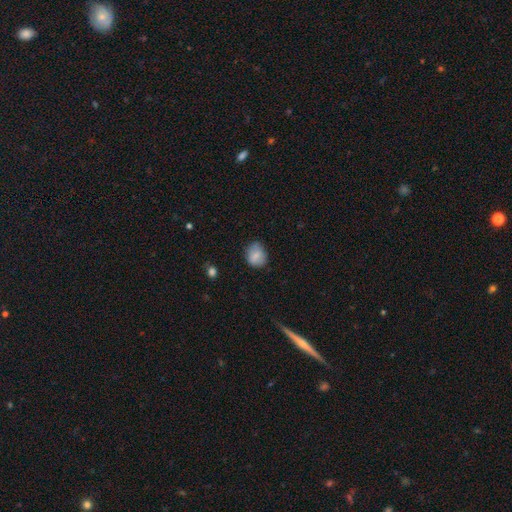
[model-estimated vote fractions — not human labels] Smooth or featured? smooth (80%)
How rounded? round (55%)
Merging? none (68%)